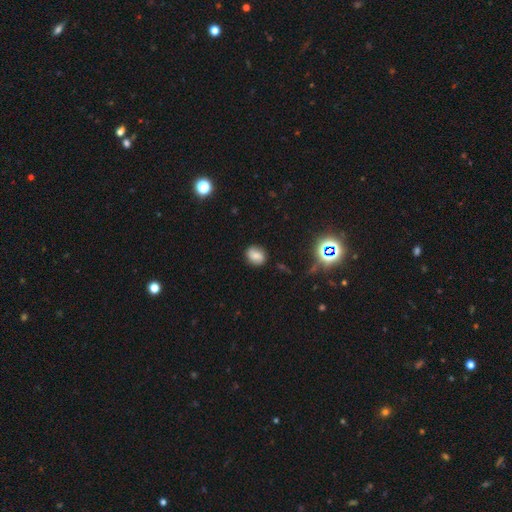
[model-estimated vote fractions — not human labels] This is likely a smooth galaxy (68%). How rounded: possibly round (52%). Merging: clearly none (82%).